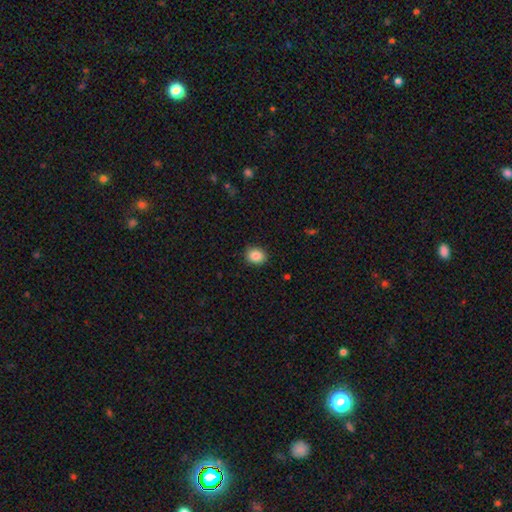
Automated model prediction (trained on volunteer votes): A smooth galaxy with no disk features (87%) that is round (58%). Merging: none (89%).